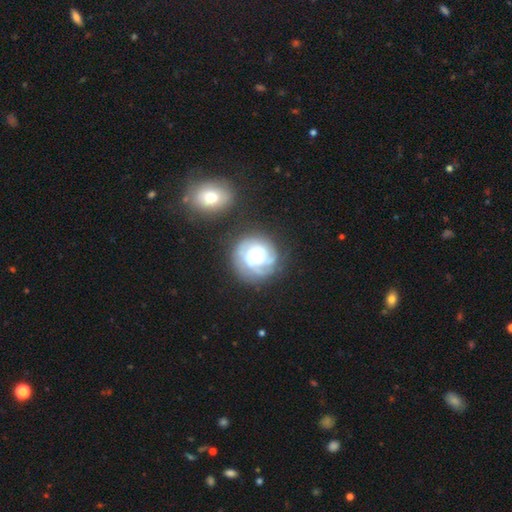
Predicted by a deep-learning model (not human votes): Q: Smooth or featured?
A: featured or disk (70%); runner-up: smooth (22%)
Q: Edge-on disk?
A: no (97%); runner-up: yes (3%)
Q: Bar?
A: no (75%); runner-up: weak (19%)
Q: Spiral arms?
A: yes (84%); runner-up: no (16%)
Q: Spiral winding?
A: tight (66%); runner-up: medium (24%)
Q: Spiral arm count?
A: can't tell (36%); runner-up: 3 (23%)
Q: Bulge size?
A: moderate (45%); runner-up: large (41%)
Q: Merging?
A: none (67%); runner-up: minor disturbance (17%)